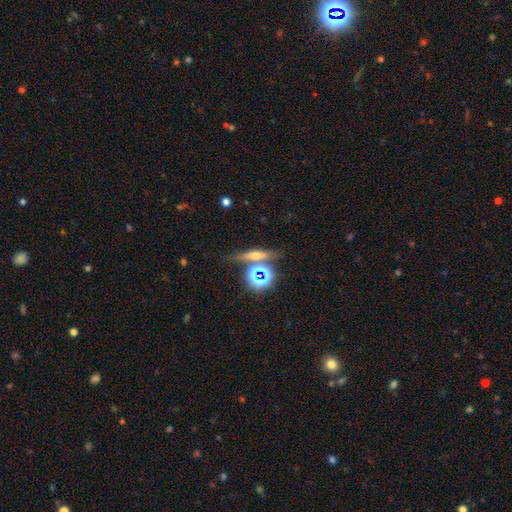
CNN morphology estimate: Q: Smooth or featured?
A: featured or disk (37%); runner-up: smooth (35%)
Q: Merging?
A: none (72%); runner-up: merger (13%)